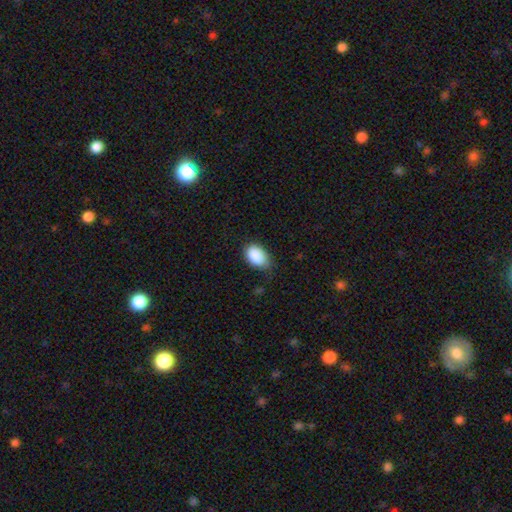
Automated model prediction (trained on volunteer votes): smooth-or-featured: smooth: 89% | star or artifact: 7% | featured or disk: 4%
  how-rounded: in between: 88% | round: 11% | cigar-shaped: 1%
  merging: none: 64% | minor disturbance: 30% | major disturbance: 5% | merger: 1%